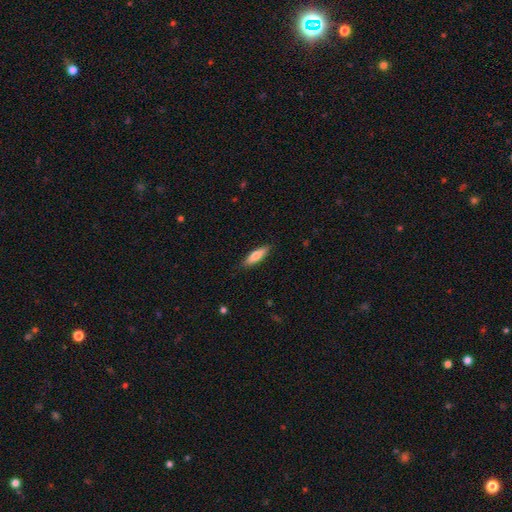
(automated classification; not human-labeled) Smooth or featured?
  - smooth: 75% *
  - featured or disk: 20%
  - star or artifact: 6%
How rounded?
  - cigar-shaped: 59% *
  - in between: 39%
  - round: 2%
Merging?
  - none: 86% *
  - minor disturbance: 11%
  - major disturbance: 2%
  - merger: 1%